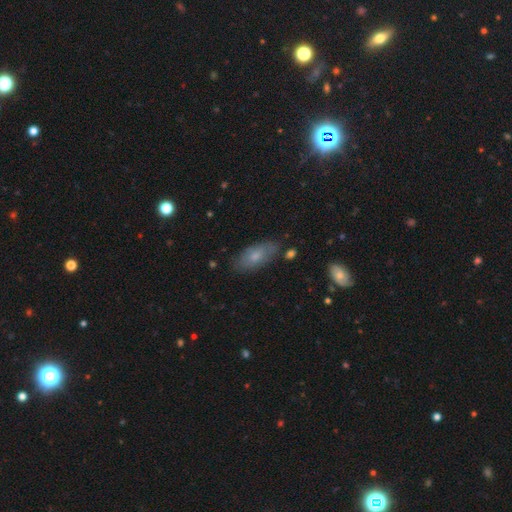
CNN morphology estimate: smooth-or-featured: smooth: 69% | featured or disk: 23% | star or artifact: 8%
  how-rounded: in between: 87% | cigar-shaped: 10% | round: 3%
  merging: none: 75% | minor disturbance: 18% | major disturbance: 4% | merger: 3%